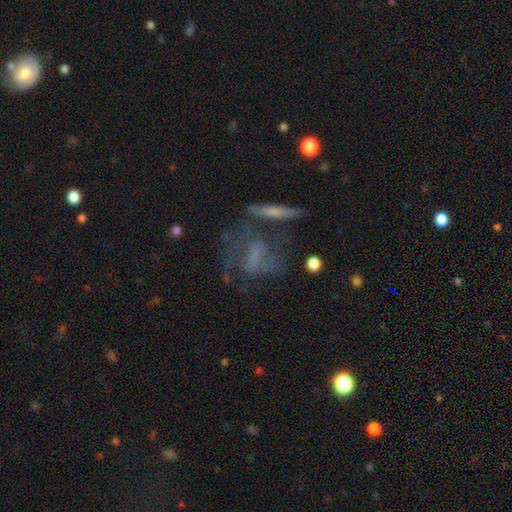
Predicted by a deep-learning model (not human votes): Overall: featured or disk (48%; smooth 34%). Merging: none (40%; major disturbance 29%).